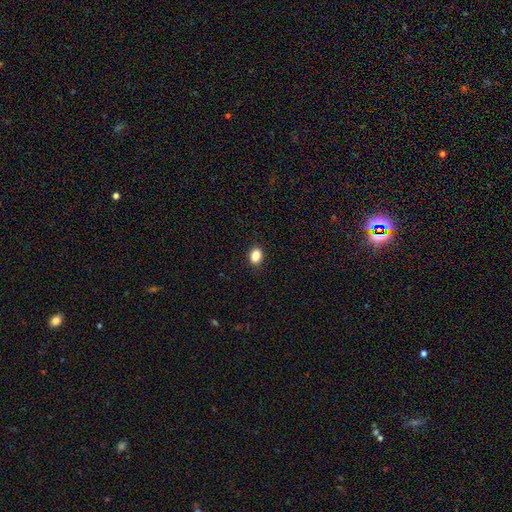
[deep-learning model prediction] Smooth or featured? Predicted: smooth (p=0.87). How rounded? Predicted: in between (p=0.69). Merging? Predicted: none (p=0.88).